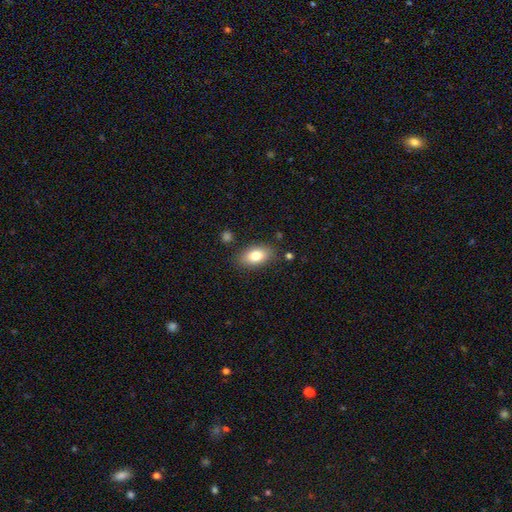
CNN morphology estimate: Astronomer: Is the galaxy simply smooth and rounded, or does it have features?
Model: smooth — 80%.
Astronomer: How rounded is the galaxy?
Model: in between — 89%.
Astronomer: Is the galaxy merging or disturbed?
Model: none — 82%.